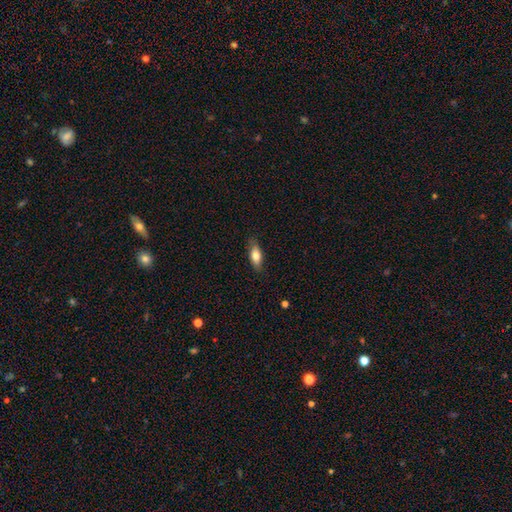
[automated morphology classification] Smooth or featured? Predicted: smooth (p=0.74). How rounded? Predicted: in between (p=0.73). Merging? Predicted: none (p=0.82).